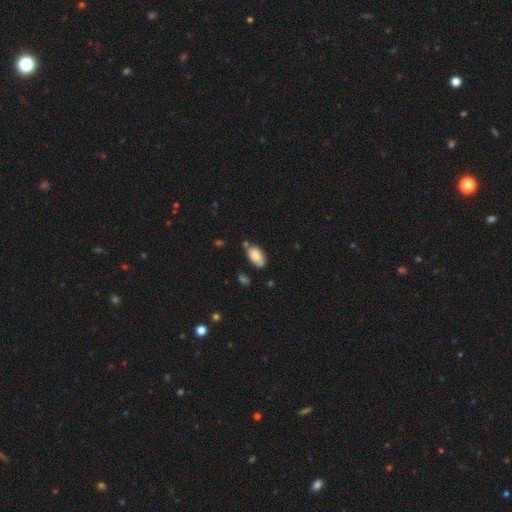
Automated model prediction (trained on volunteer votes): Morphology: type=smooth (83%); roundness=in between (93%); merging=none (64%).